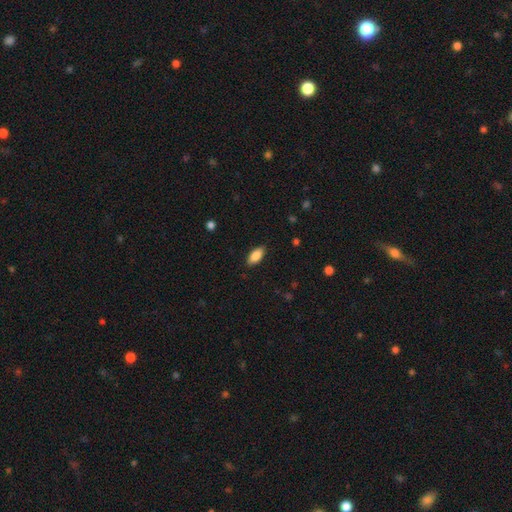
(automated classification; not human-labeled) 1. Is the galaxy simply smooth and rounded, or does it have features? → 85% smooth, 8% featured or disk, 7% star or artifact.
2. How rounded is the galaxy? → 89% in between, 8% cigar-shaped, 2% round.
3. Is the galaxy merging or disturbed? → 88% none, 9% minor disturbance, 2% major disturbance, 1% merger.